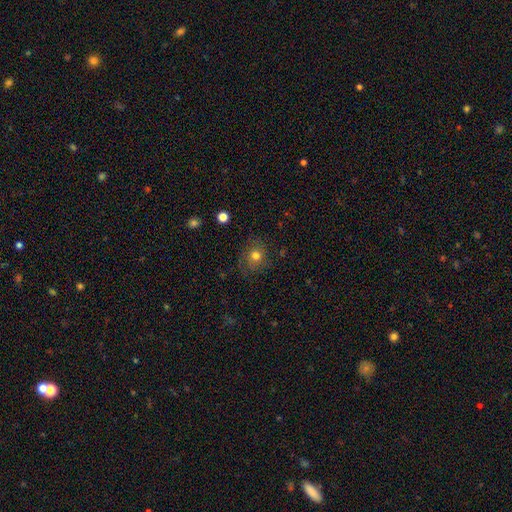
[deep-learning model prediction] smooth-or-featured: smooth: 70% | featured or disk: 15% | star or artifact: 15%
  how-rounded: round: 79% | in between: 20% | cigar-shaped: 1%
  merging: none: 76% | minor disturbance: 15% | major disturbance: 7% | merger: 1%